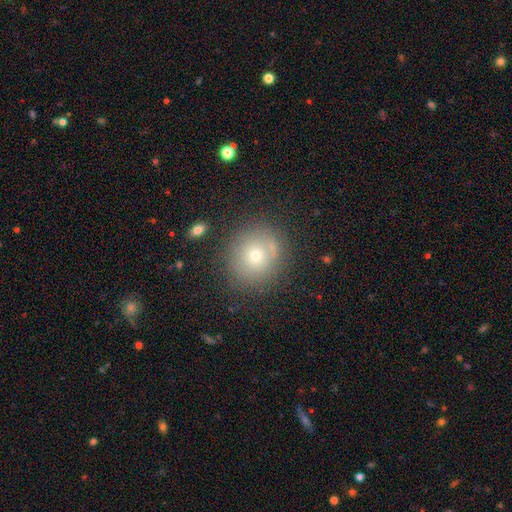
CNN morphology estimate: A smooth galaxy with no disk features (65%) that is round (88%).

Vote fractions:
- Smooth or featured? smooth: 65% / featured or disk: 20% / star or artifact: 14%
- How rounded? round: 88% / in between: 11% / cigar-shaped: 1%
- Merging? none: 79% / minor disturbance: 13% / major disturbance: 4% / merger: 4%